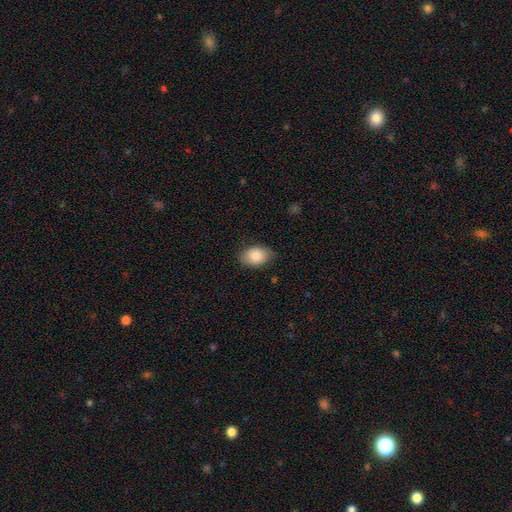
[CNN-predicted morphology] This appears to be a smooth galaxy with no disk features (86%) that is in between round and cigar-shaped (84%). Merging: none (79%).